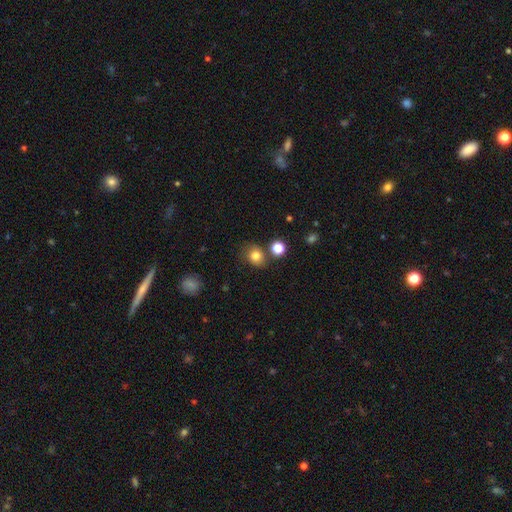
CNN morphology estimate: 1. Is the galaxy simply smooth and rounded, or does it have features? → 80% smooth, 12% star or artifact, 8% featured or disk.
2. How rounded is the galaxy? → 65% round, 34% in between, 1% cigar-shaped.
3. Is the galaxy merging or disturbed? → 73% none, 15% minor disturbance, 8% merger, 4% major disturbance.